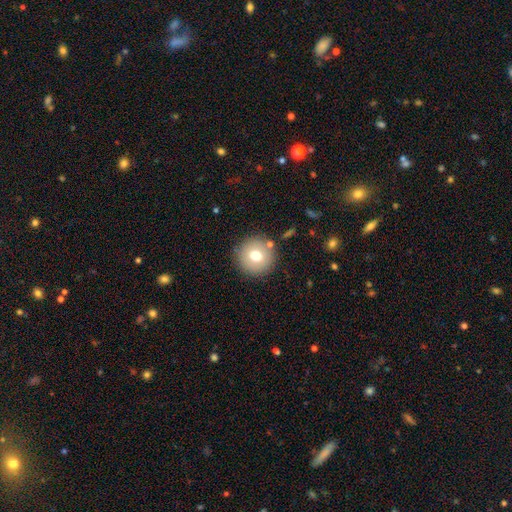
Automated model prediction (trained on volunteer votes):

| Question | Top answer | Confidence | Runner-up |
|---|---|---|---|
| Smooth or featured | smooth | 72% | featured or disk (17%) |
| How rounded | round | 95% | in between (4%) |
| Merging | none | 86% | minor disturbance (8%) |